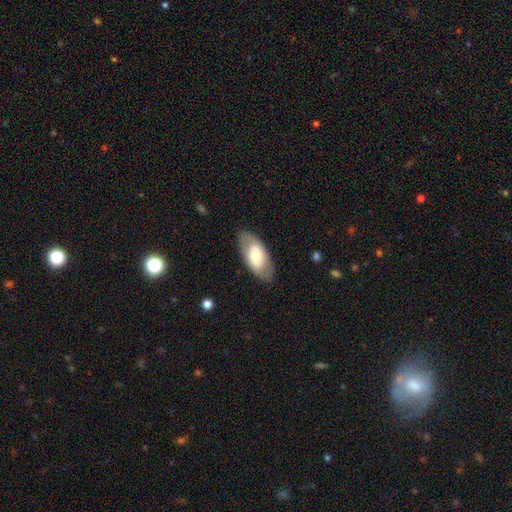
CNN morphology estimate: This is possibly a smooth galaxy (55%). How rounded: clearly in between (92%). Merging: clearly none (83%).